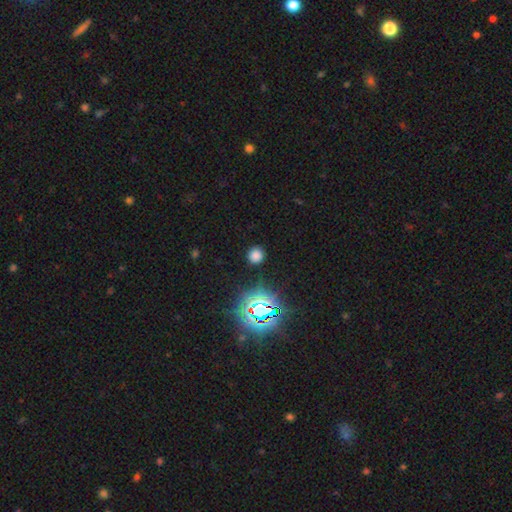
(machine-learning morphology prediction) Q: Smooth or featured?
A: smooth (69%); runner-up: star or artifact (25%)
Q: How rounded?
A: round (91%); runner-up: in between (8%)
Q: Merging?
A: none (88%); runner-up: minor disturbance (8%)